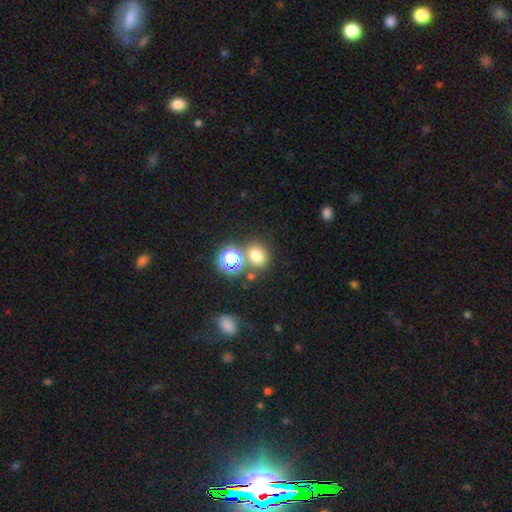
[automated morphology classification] smooth_or_featured: smooth (p=0.71) [alt: star or artifact p=0.22]
how_rounded: round (p=0.68) [alt: in between p=0.31]
merging: none (p=0.68) [alt: merger p=0.19]